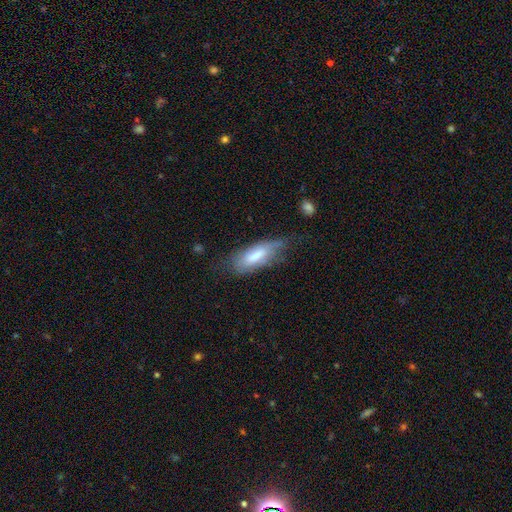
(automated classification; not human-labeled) Smooth or featured? smooth (62%)
How rounded? in between (65%)
Merging? none (50%)